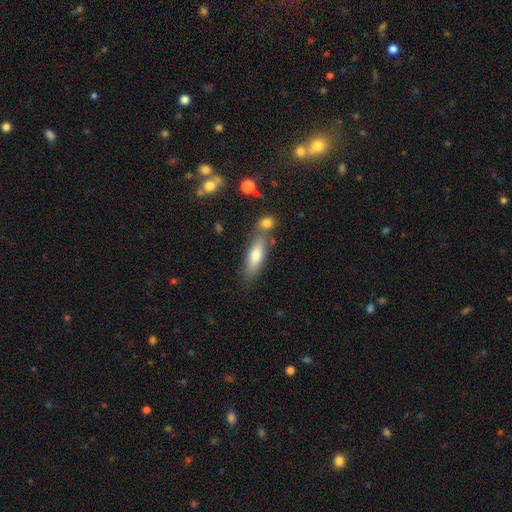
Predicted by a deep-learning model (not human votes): smooth_or_featured: smooth (p=0.72) [alt: featured or disk p=0.21]
how_rounded: in between (p=0.53) [alt: cigar-shaped p=0.45]
merging: none (p=0.63) [alt: merger p=0.19]